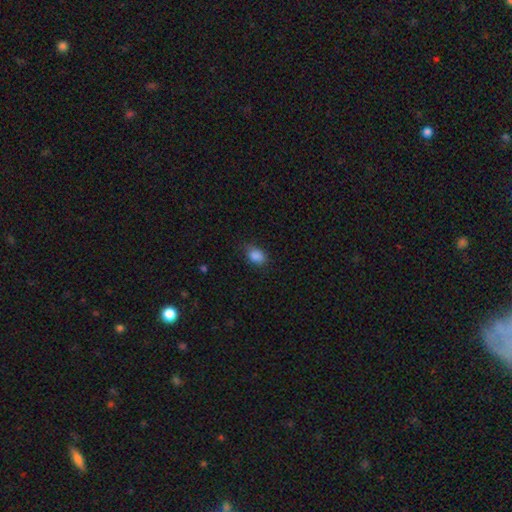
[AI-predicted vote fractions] This is clearly a smooth galaxy (87%). How rounded: likely in between (74%). Merging: likely none (76%).